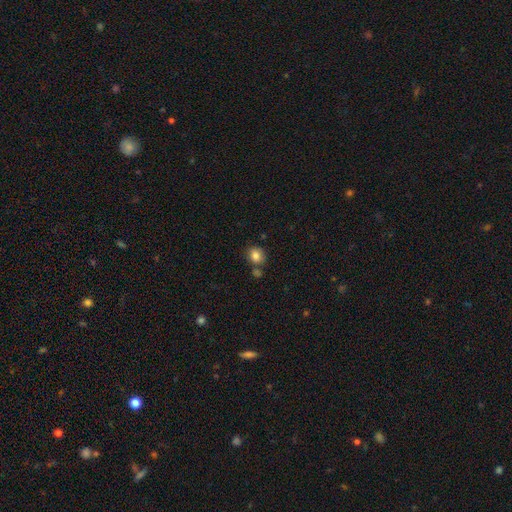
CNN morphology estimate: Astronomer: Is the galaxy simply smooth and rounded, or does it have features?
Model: smooth — 83%.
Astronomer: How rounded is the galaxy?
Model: round — 73%.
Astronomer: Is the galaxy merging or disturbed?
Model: none — 73%.